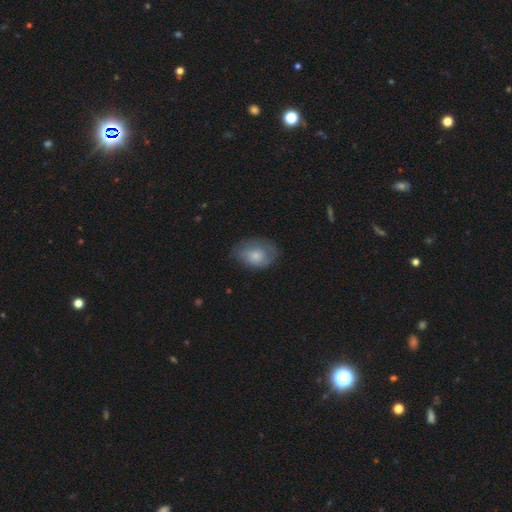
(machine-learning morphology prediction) This appears to be a smooth galaxy with no disk features (67%) that is in between round and cigar-shaped (75%). Merging: none (62%).